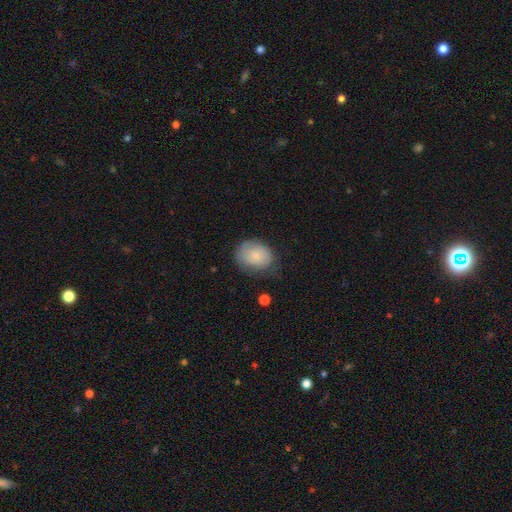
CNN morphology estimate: smooth_or_featured: smooth (p=0.78) [alt: featured or disk p=0.15]
how_rounded: in between (p=0.55) [alt: round p=0.44]
merging: none (p=0.61) [alt: minor disturbance p=0.28]